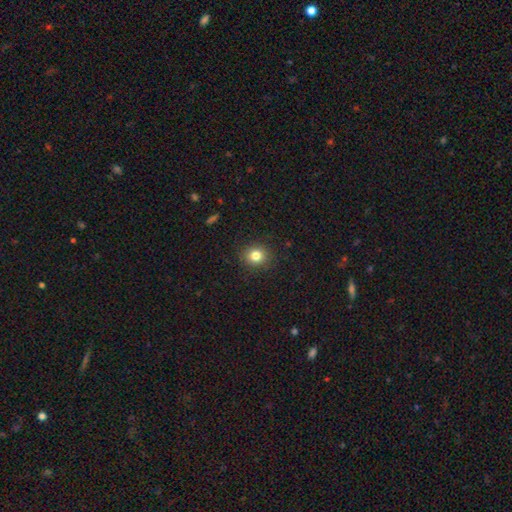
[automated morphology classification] Smooth or featured? Predicted: smooth (p=0.81). How rounded? Predicted: round (p=0.82). Merging? Predicted: none (p=0.90).